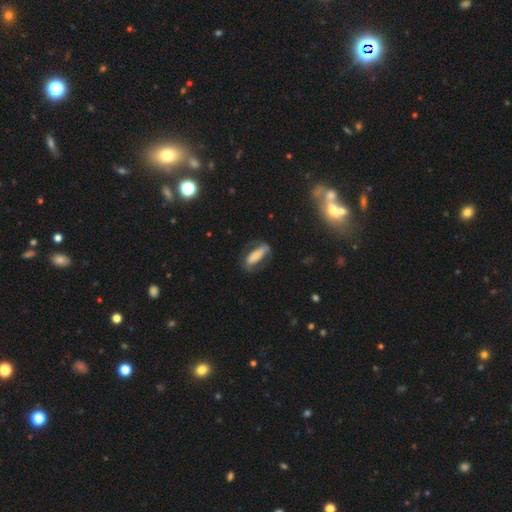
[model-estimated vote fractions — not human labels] This appears to be a smooth galaxy with no disk features (51%) that is in between round and cigar-shaped (60%). Merging: none (58%).